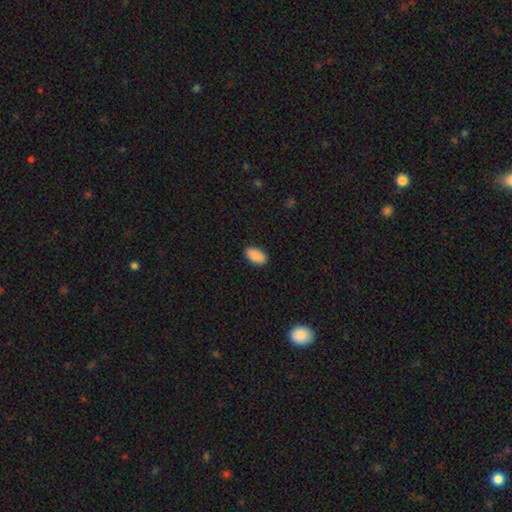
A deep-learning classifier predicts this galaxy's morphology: Smooth or featured? smooth (90%)
How rounded? in between (94%)
Merging? none (88%)